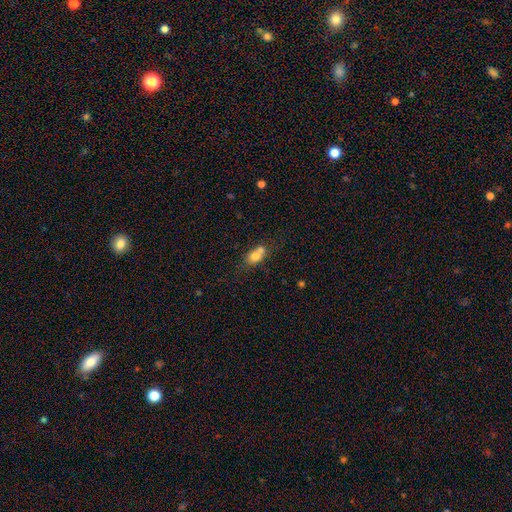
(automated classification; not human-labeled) Smooth or featured? Predicted: smooth (p=0.73). How rounded? Predicted: in between (p=0.61). Merging? Predicted: merger (p=0.52).